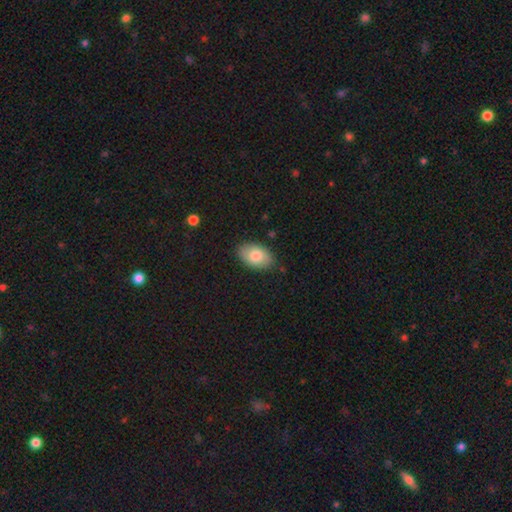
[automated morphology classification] Q: Smooth or featured?
A: smooth (81%); runner-up: featured or disk (13%)
Q: How rounded?
A: in between (92%); runner-up: round (7%)
Q: Merging?
A: none (83%); runner-up: minor disturbance (13%)